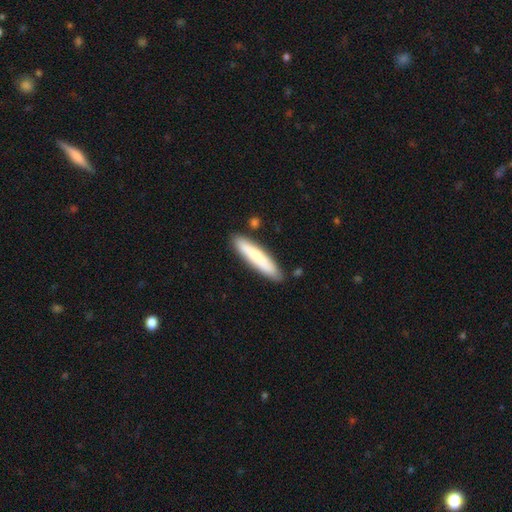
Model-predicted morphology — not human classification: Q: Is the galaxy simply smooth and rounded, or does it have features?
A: smooth — 74%.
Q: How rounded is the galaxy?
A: cigar-shaped — 88%.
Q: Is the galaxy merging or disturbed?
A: none — 85%.